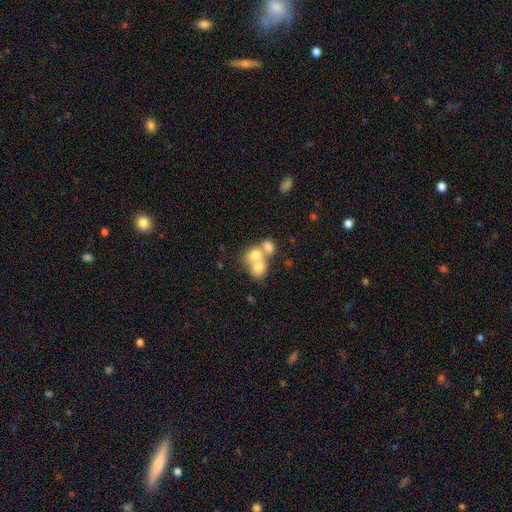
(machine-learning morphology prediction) Overall: smooth (69%). How rounded: round (63%; in between 36%). Merging: merger (67%).